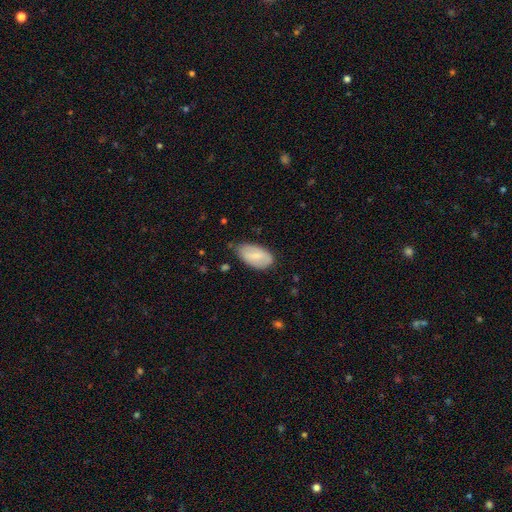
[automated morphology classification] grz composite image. It shows a smooth galaxy with no disk features (70%) that is in between round and cigar-shaped (95%). Merging: none (66%).